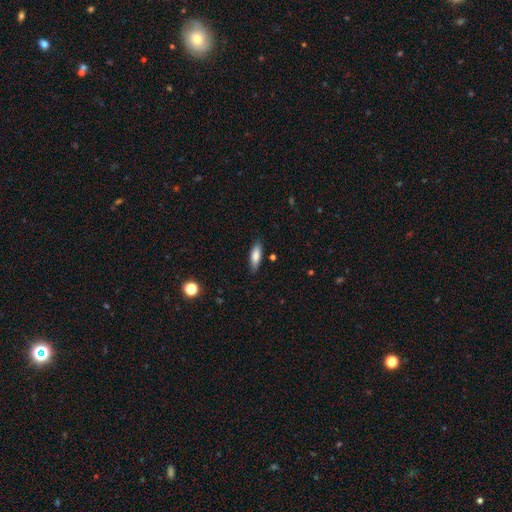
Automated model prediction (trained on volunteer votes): Smooth or featured: smooth — 80% (featured or disk — 13%)
How rounded: in between — 52% (cigar-shaped — 46%)
Merging: none — 84% (minor disturbance — 12%)